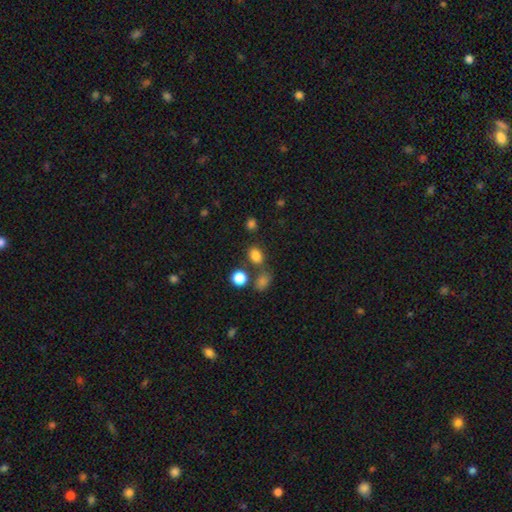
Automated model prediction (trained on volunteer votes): Q: Smooth or featured?
A: smooth (81%); runner-up: star or artifact (14%)
Q: How rounded?
A: in between (61%); runner-up: round (37%)
Q: Merging?
A: none (69%); runner-up: merger (14%)